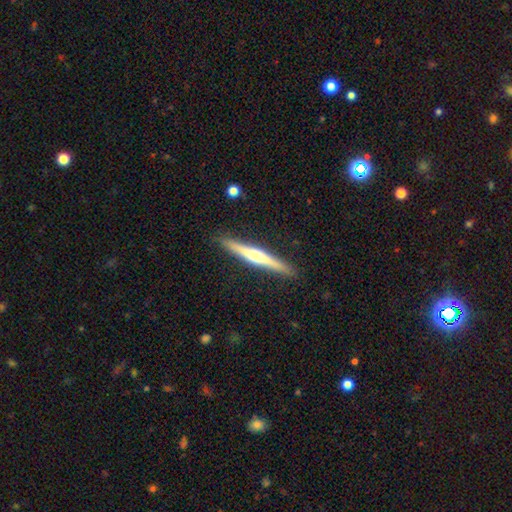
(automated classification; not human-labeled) Smooth or featured? featured or disk (64%)
Edge-on disk? yes (98%)
Edge-on bulge? rounded (81%)
Merging? none (90%)